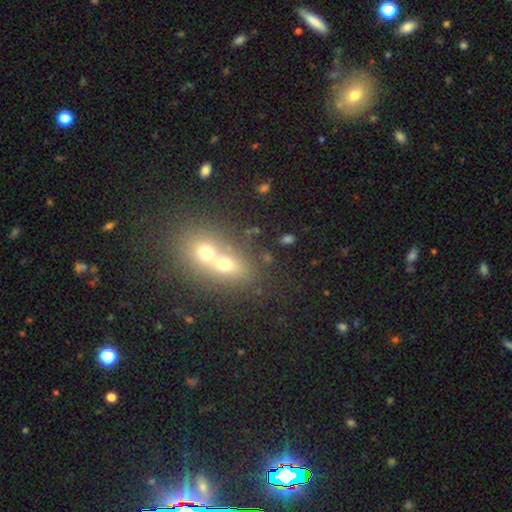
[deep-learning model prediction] Smooth or featured? Predicted: smooth (p=0.50). Merging? Predicted: merger (p=0.62).